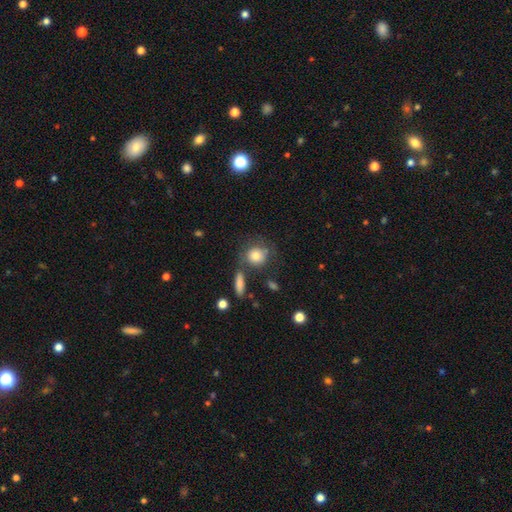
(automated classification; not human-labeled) Smooth or featured?
  - smooth: 78% *
  - featured or disk: 13%
  - star or artifact: 8%
How rounded?
  - round: 79% *
  - in between: 19%
  - cigar-shaped: 2%
Merging?
  - none: 59% *
  - minor disturbance: 18%
  - merger: 14%
  - major disturbance: 9%